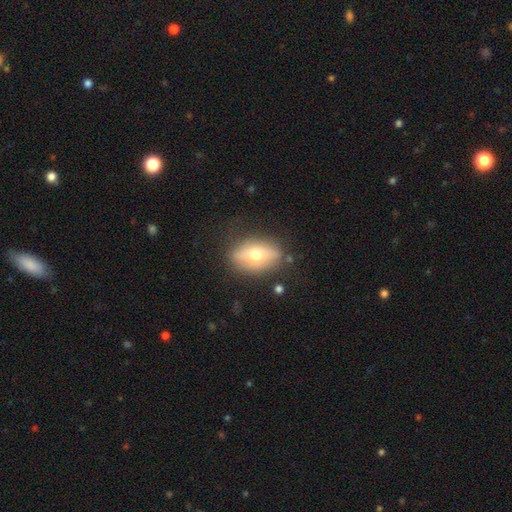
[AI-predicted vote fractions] This appears to be a smooth galaxy with no disk features (49%). Merging: none (79%).